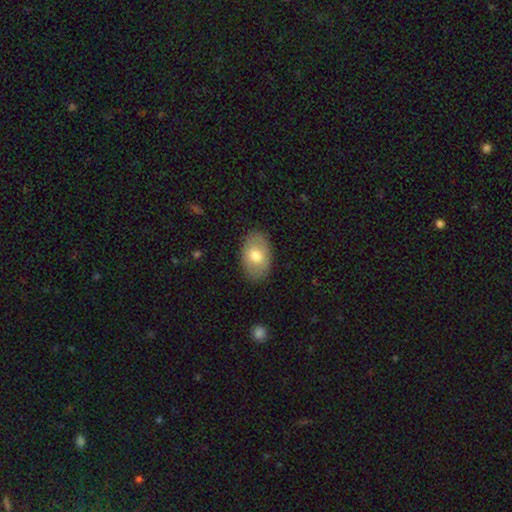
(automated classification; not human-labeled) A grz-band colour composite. It shows a smooth galaxy with no disk features (70%) that is in between round and cigar-shaped (89%). Merging: none (85%).